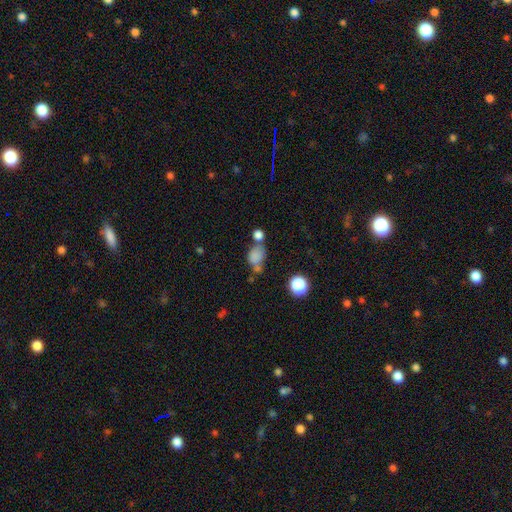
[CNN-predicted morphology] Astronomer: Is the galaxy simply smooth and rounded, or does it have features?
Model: smooth — 77%.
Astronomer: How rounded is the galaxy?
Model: in between — 61% (runner-up: round, 37%).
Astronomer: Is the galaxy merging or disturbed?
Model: merger — 38% (runner-up: none, 36%).